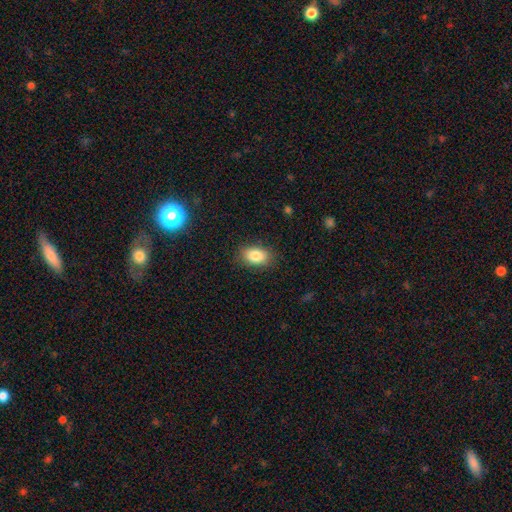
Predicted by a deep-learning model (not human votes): Overall: smooth (85%). How rounded: in between (88%). Merging: none (85%).